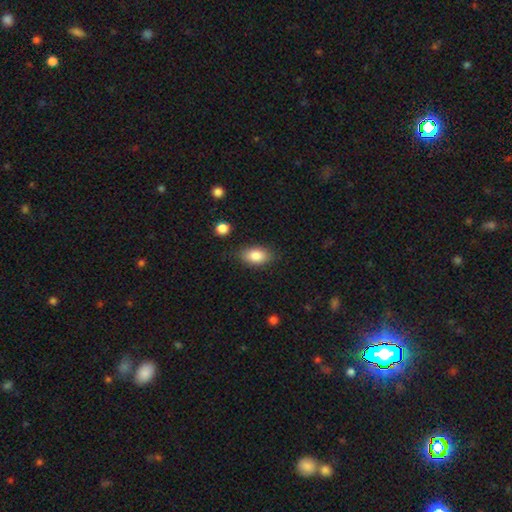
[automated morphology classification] This appears to be a smooth galaxy with no disk features (85%) that is in between round and cigar-shaped (90%). Merging: none (82%).